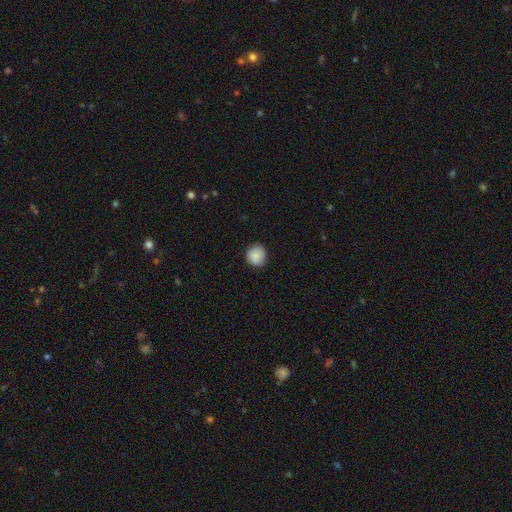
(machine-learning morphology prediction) Smooth or featured?
  - smooth: 87% *
  - star or artifact: 8%
  - featured or disk: 5%
How rounded?
  - round: 91% *
  - in between: 8%
  - cigar-shaped: 1%
Merging?
  - none: 87% *
  - minor disturbance: 10%
  - major disturbance: 2%
  - merger: 1%